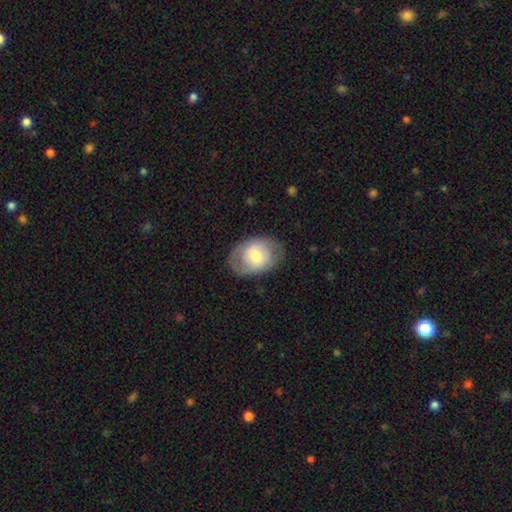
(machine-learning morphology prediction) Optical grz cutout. It shows a smooth galaxy with no disk features (59%) that is in between round and cigar-shaped (73%). Merging: none (74%).